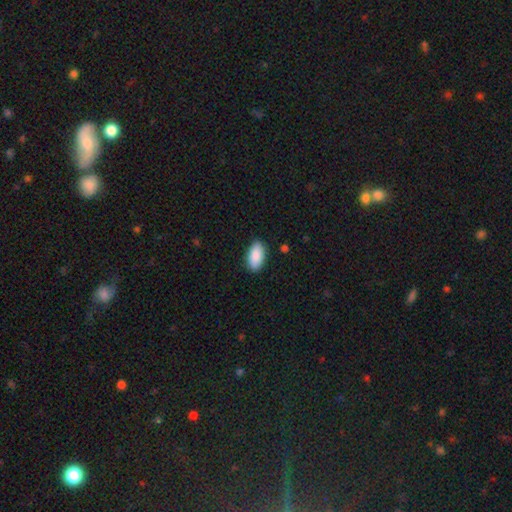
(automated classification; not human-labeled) This is clearly a smooth galaxy (90%). How rounded: clearly in between (94%). Merging: clearly none (88%).